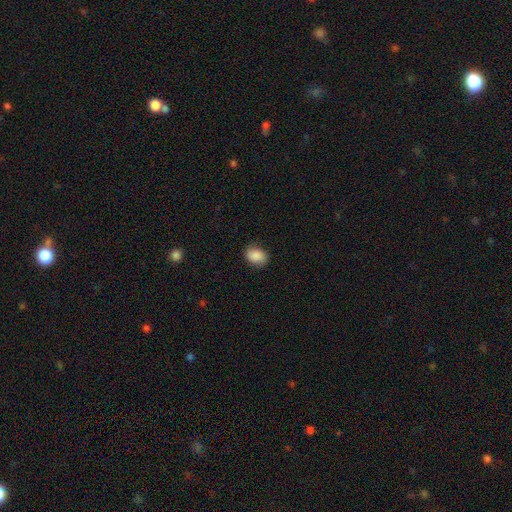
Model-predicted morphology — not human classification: A smooth galaxy with no disk features (83%) that is in between round and cigar-shaped (66%). Merging: none (78%).